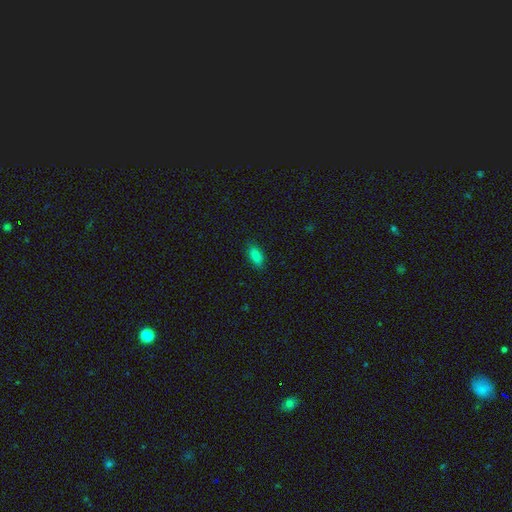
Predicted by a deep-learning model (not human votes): The model was most divided on "merging": none: 85%, minor disturbance: 11%, major disturbance: 2%, merger: 1%. More confident: how rounded — in between (89%); smooth or featured — smooth (86%).